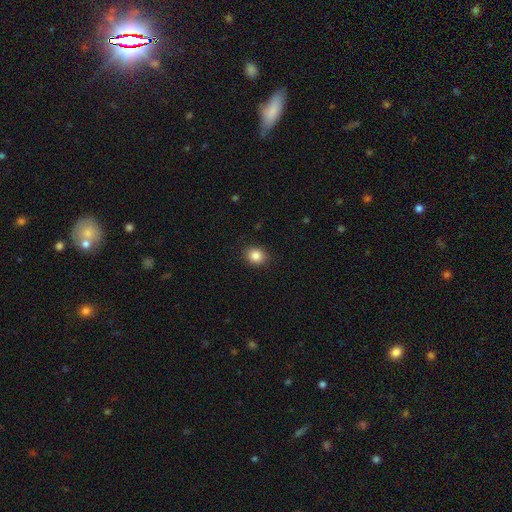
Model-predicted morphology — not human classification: A smooth galaxy with no disk features (86%) that is round (62%). Merging: none (89%).